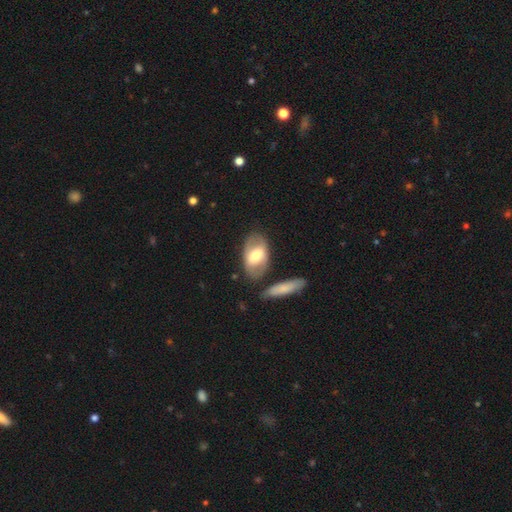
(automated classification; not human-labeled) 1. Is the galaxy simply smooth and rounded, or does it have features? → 48% smooth, 46% featured or disk, 5% star or artifact.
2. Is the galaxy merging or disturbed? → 73% none, 15% minor disturbance, 7% merger, 5% major disturbance.